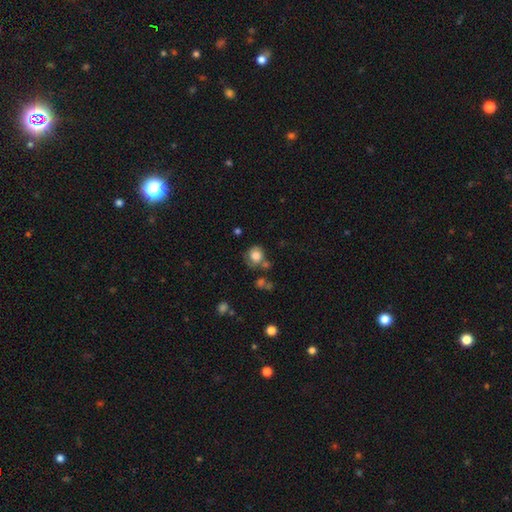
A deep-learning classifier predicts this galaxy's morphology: Smooth or featured? Predicted: smooth (p=0.77). How rounded? Predicted: round (p=0.74). Merging? Predicted: none (p=0.54).